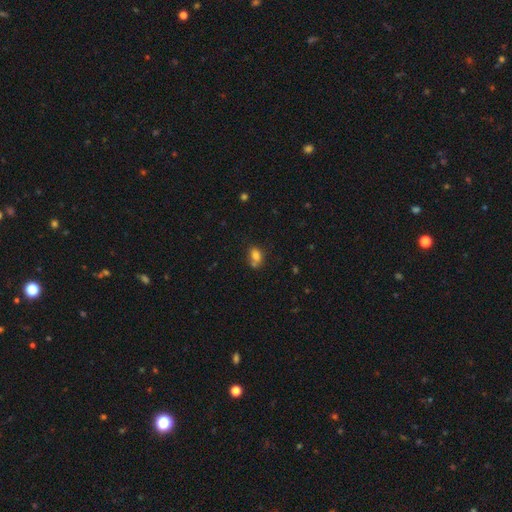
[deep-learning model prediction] Smooth or featured? smooth (78%)
How rounded? in between (73%)
Merging? none (45%)